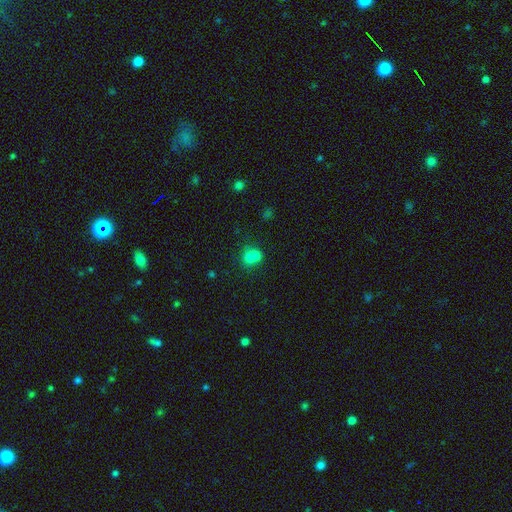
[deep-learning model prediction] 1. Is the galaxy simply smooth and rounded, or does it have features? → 71% smooth, 16% featured or disk, 12% star or artifact.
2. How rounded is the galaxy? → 64% round, 35% in between, 1% cigar-shaped.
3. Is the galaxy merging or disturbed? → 59% merger, 29% none, 8% minor disturbance, 4% major disturbance.